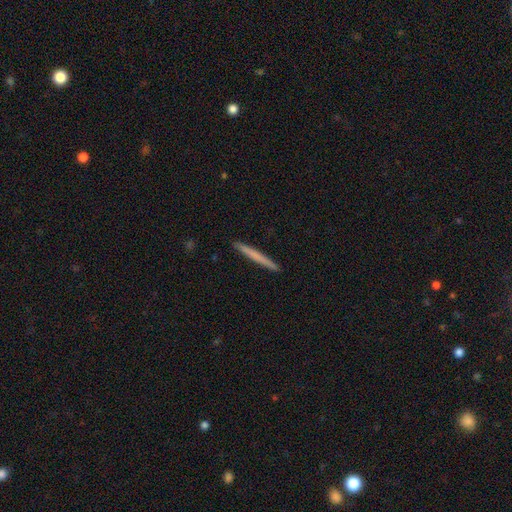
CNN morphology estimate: type=smooth (60%); roundness=cigar-shaped (97%); merging=none (93%).